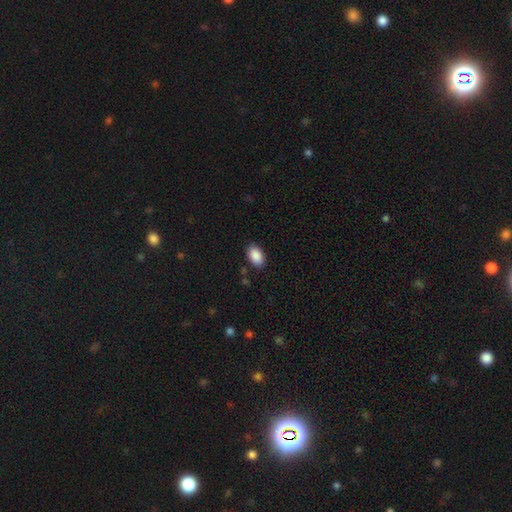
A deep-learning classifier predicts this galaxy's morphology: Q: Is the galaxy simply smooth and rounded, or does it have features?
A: smooth — 89%.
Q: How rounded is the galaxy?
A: in between — 91%.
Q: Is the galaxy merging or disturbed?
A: none — 87%.